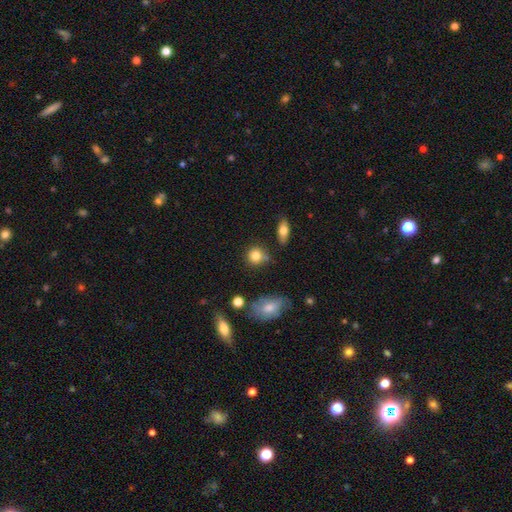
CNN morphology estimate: The model was most divided on "merging": none: 73%, minor disturbance: 16%, merger: 7%, major disturbance: 4%. More confident: how rounded — round (84%); smooth or featured — smooth (82%).